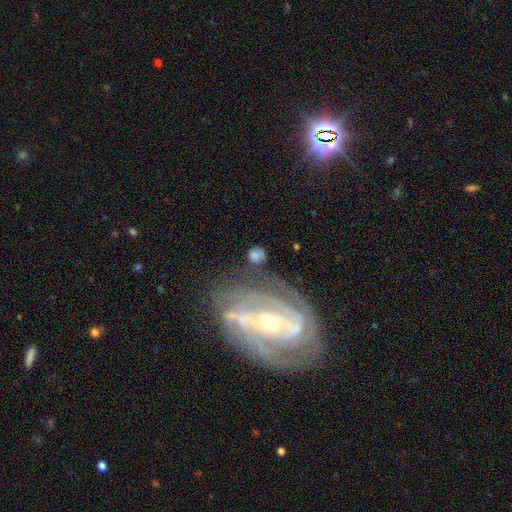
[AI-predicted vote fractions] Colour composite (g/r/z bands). It shows a smooth galaxy with no disk features (60%) that is round (77%). Merging: none (65%).